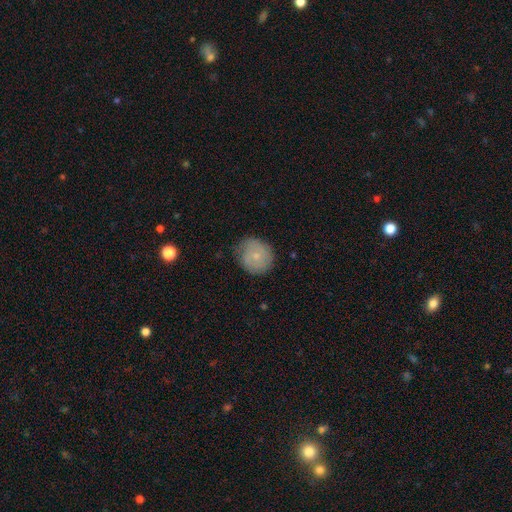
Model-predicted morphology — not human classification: Q: Smooth or featured?
A: smooth (71%); runner-up: featured or disk (22%)
Q: How rounded?
A: round (86%); runner-up: in between (13%)
Q: Merging?
A: none (70%); runner-up: minor disturbance (23%)